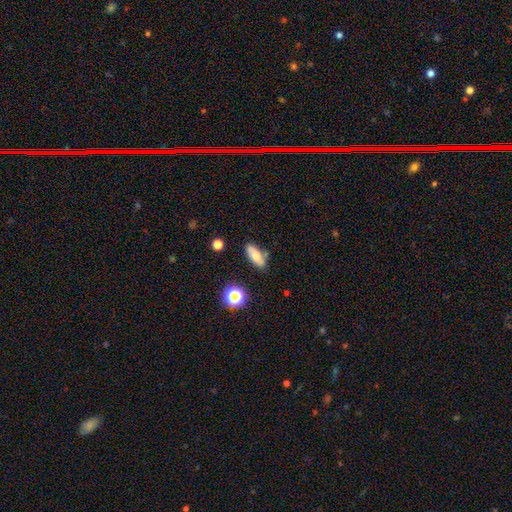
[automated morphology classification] This is likely a smooth galaxy (67%). How rounded: likely in between (73%). Merging: likely none (74%).